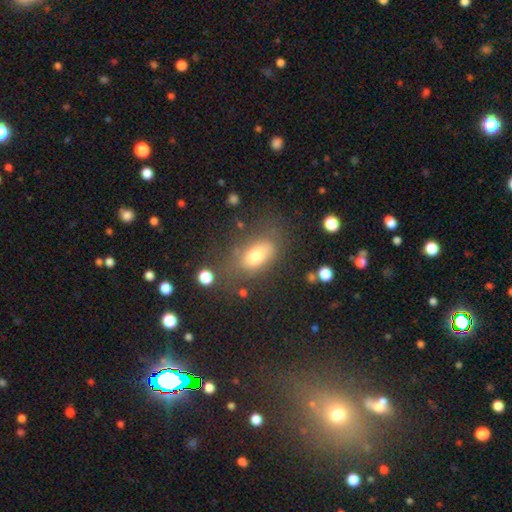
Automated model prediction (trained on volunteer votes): The model was most divided on "merging": none: 64%, minor disturbance: 20%, major disturbance: 12%, merger: 4%. More confident: how rounded — in between (82%); smooth or featured — smooth (72%).